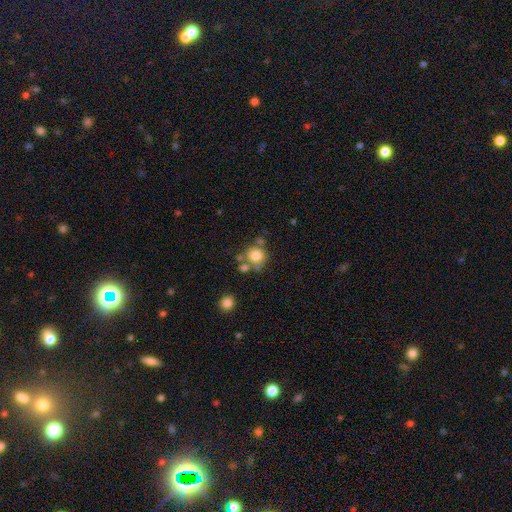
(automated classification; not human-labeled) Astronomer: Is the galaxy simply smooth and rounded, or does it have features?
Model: smooth — 78%.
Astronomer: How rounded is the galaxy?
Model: round — 85%.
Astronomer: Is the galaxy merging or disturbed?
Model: none — 56%.